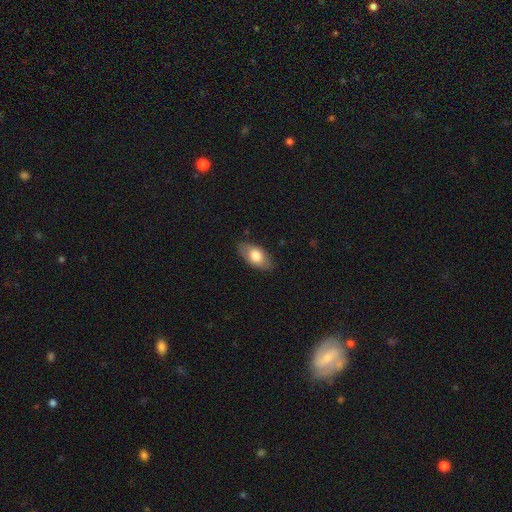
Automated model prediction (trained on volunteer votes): This appears to be a smooth galaxy with no disk features (74%) that is in between round and cigar-shaped (93%). Merging: none (83%).